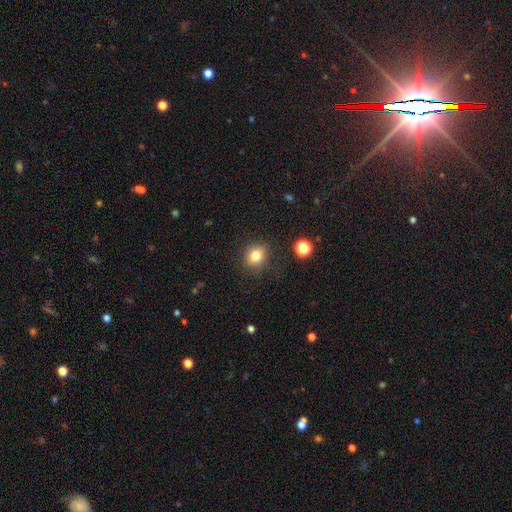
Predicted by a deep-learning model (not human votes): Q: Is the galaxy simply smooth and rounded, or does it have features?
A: smooth — 80%.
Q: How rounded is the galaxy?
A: round — 69%.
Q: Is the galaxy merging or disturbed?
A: none — 84%.